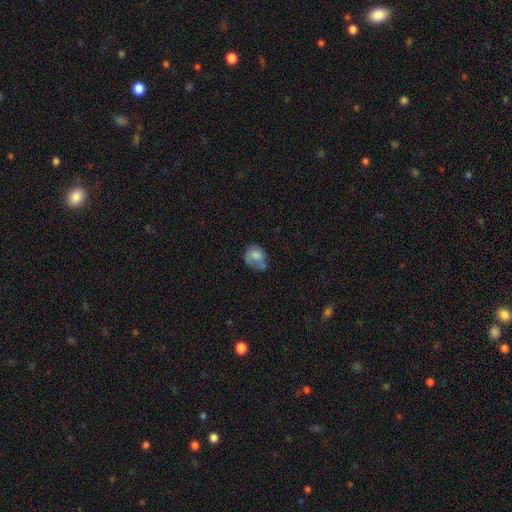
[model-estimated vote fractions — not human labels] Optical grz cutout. It shows a smooth galaxy with no disk features (71%) that is round (51%). Merging: minor disturbance (33%).